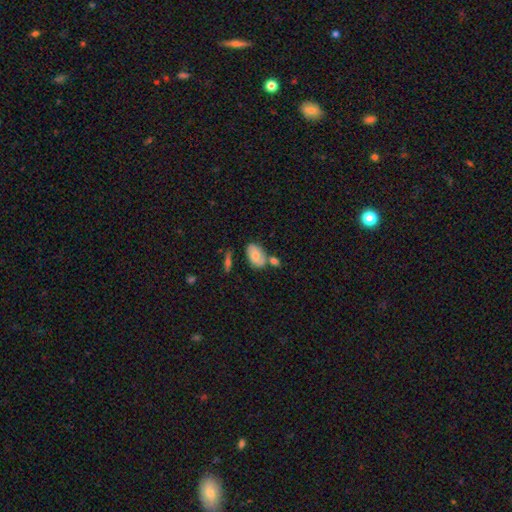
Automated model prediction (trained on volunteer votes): A smooth galaxy with no disk features (61%) that is in between round and cigar-shaped (90%).

Vote fractions:
- Smooth or featured? smooth: 61% / featured or disk: 32% / star or artifact: 7%
- How rounded? in between: 90% / round: 8% / cigar-shaped: 2%
- Merging? none: 53% / merger: 23% / minor disturbance: 19% / major disturbance: 6%